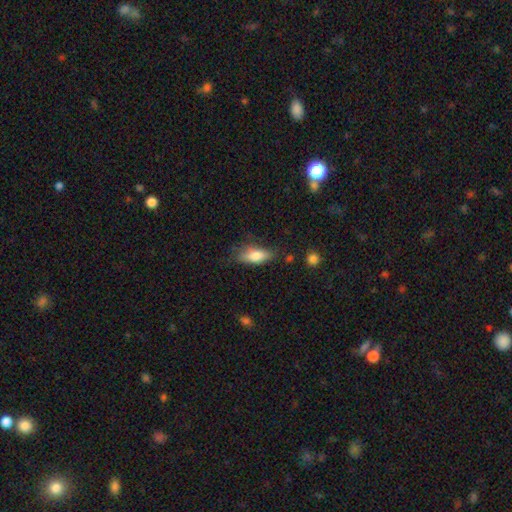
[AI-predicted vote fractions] Overall: smooth (77%). How rounded: in between (77%). Merging: none (63%; minor disturbance 26%).